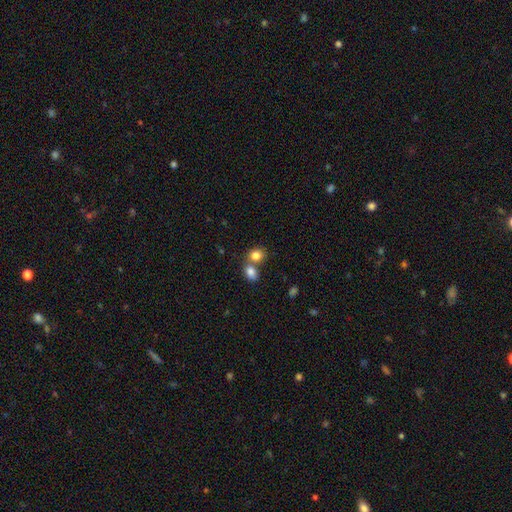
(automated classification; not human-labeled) This appears to be a smooth galaxy with no disk features (82%) that is round (58%). Merging: merger (45%).